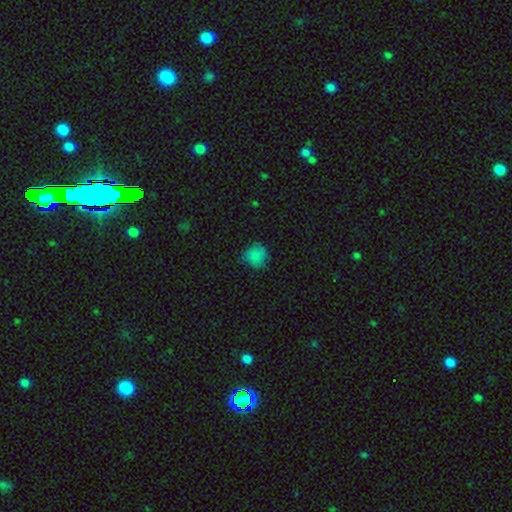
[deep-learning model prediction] Q: Smooth or featured?
A: smooth (83%); runner-up: star or artifact (13%)
Q: How rounded?
A: round (88%); runner-up: in between (11%)
Q: Merging?
A: none (77%); runner-up: minor disturbance (18%)